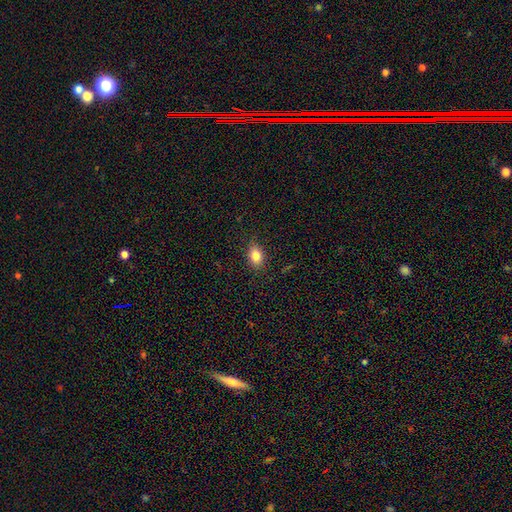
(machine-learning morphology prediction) This appears to be a smooth galaxy with no disk features (83%) that is in between round and cigar-shaped (78%). Merging: none (85%).